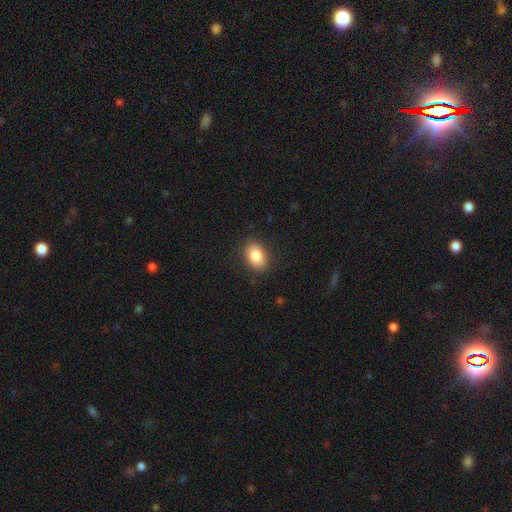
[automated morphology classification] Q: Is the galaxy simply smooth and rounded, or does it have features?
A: smooth — 85%.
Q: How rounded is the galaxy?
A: in between — 81%.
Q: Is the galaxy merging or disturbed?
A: none — 88%.